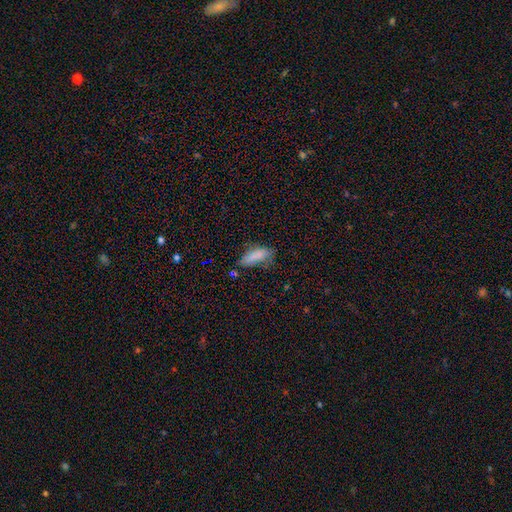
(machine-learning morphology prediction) type=smooth (79%); roundness=in between (77%); merging=none (47%).